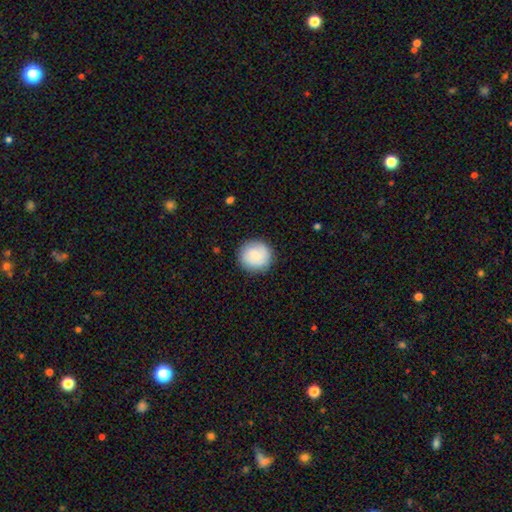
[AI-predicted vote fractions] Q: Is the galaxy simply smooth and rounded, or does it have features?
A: smooth — 80%.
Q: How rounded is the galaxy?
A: round — 93%.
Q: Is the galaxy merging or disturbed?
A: none — 89%.